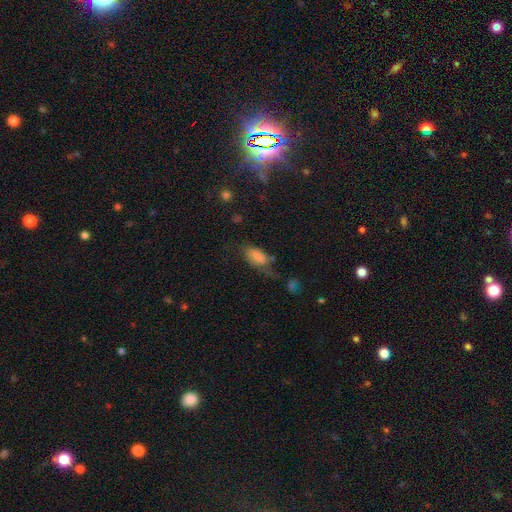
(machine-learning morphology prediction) The model was most divided on "merging": none: 37%, minor disturbance: 28%, major disturbance: 28%, merger: 7%. More confident: how rounded — in between (89%); smooth or featured — smooth (70%).